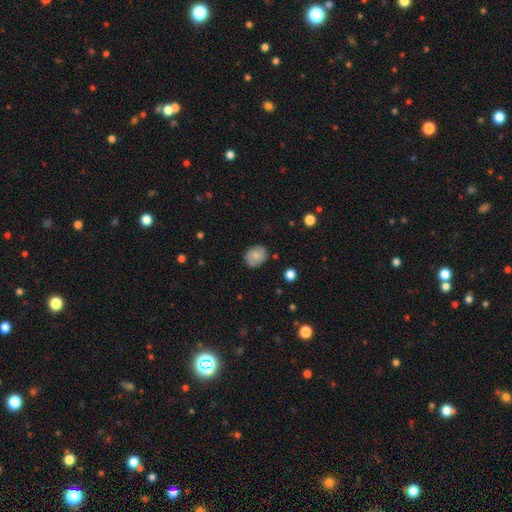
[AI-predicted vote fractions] This appears to be a smooth galaxy with no disk features (72%) that is round (57%). Merging: none (79%).